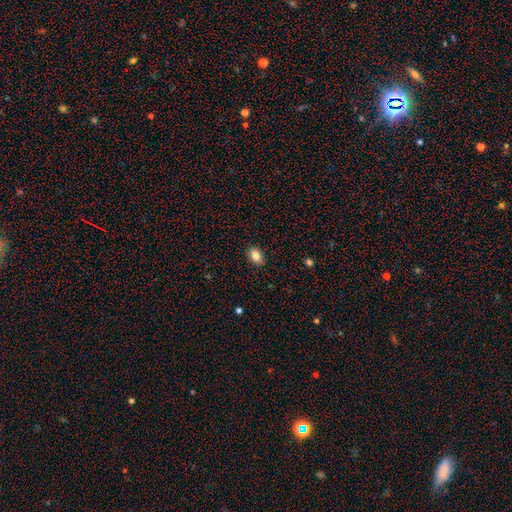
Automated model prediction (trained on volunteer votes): smooth 84%, star or artifact 9%, featured or disk 7%. Down the decision tree: how rounded — in between (83%); merging — none (89%).